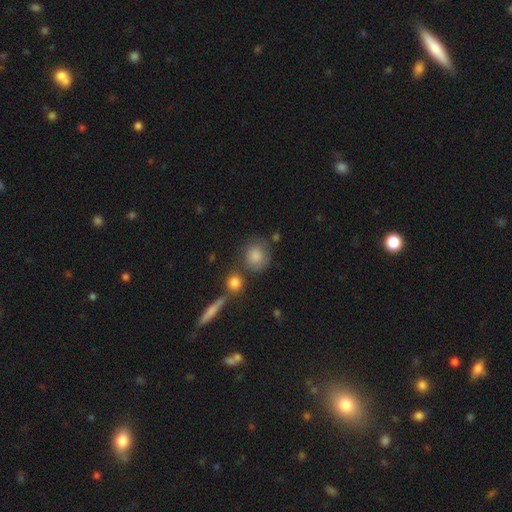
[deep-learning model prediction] smooth-or-featured: smooth: 80% | featured or disk: 11% | star or artifact: 9%
  how-rounded: round: 82% | in between: 16% | cigar-shaped: 2%
  merging: none: 61% | minor disturbance: 17% | merger: 13% | major disturbance: 8%